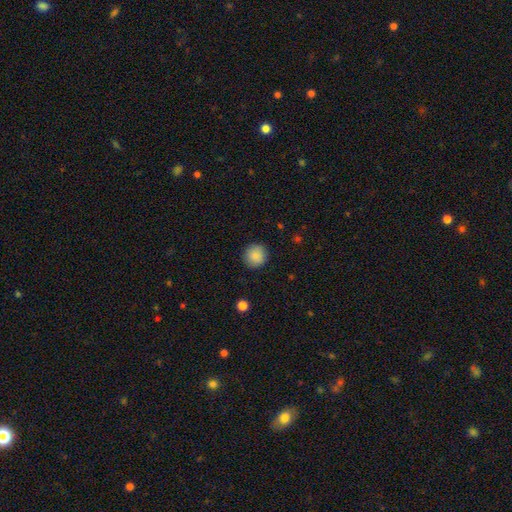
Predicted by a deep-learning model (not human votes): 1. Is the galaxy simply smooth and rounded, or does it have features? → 88% smooth, 8% star or artifact, 4% featured or disk.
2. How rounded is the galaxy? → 94% round, 5% in between, 1% cigar-shaped.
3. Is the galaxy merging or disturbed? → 90% none, 7% minor disturbance, 2% major disturbance, 1% merger.